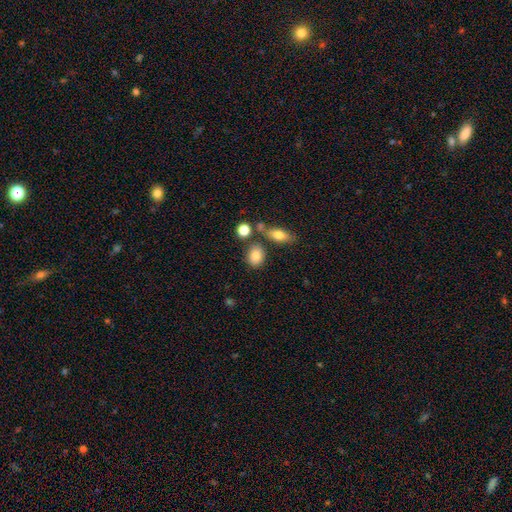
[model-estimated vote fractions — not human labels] smooth_or_featured: smooth (p=0.83) [alt: star or artifact p=0.09]
how_rounded: in between (p=0.59) [alt: round p=0.39]
merging: none (p=0.71) [alt: merger p=0.14]